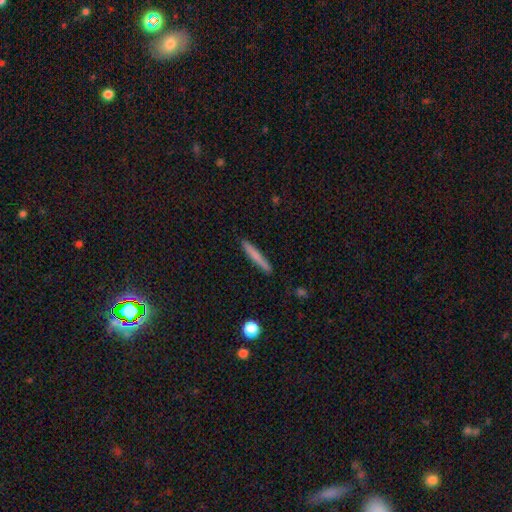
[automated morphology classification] This appears to be a smooth galaxy with no disk features (73%) that is cigar-shaped (95%). Merging: none (91%).